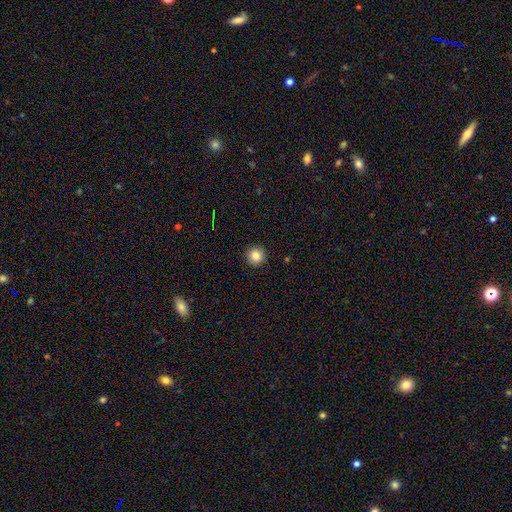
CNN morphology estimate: A smooth galaxy with no disk features (84%) that is round (95%). Merging: none (92%).